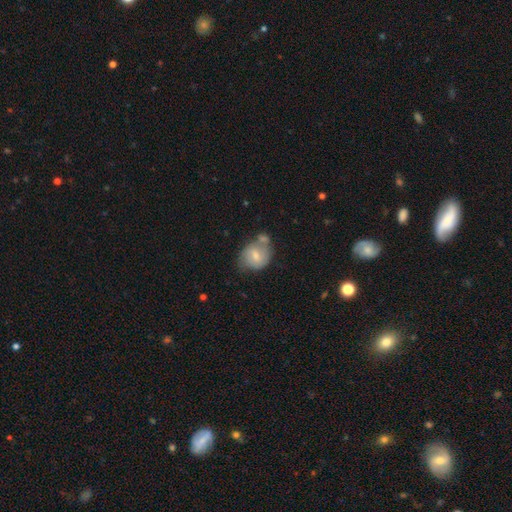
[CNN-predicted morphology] The model was most divided on "merging": none: 39%, merger: 32%, minor disturbance: 21%, major disturbance: 8%. More confident: smooth or featured — smooth (59%); how rounded — round (57%).